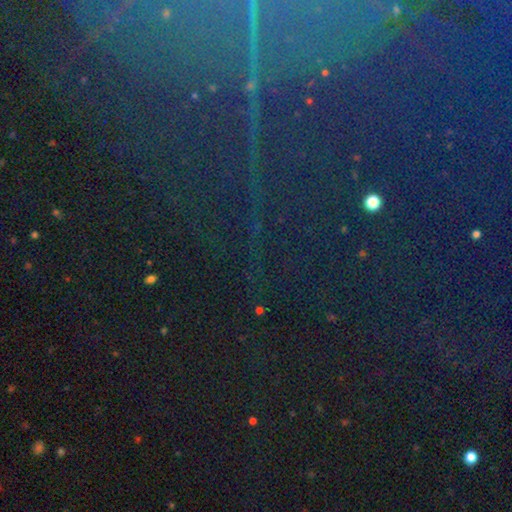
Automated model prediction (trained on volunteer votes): This appears to be a star or artifact, not a galaxy (85%).